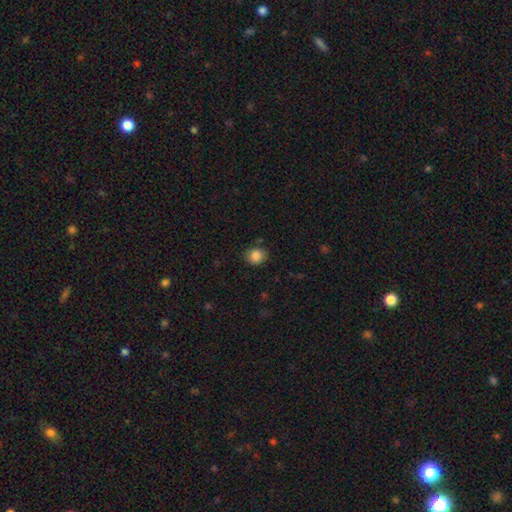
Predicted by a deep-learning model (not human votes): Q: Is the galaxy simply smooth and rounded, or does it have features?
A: smooth — 86%.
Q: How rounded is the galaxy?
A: round — 75%.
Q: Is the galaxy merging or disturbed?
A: none — 81%.